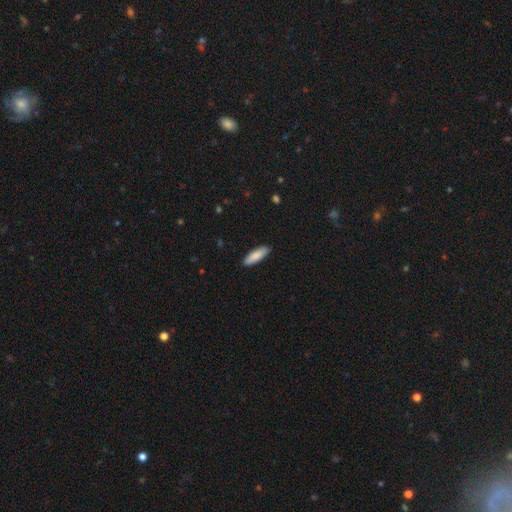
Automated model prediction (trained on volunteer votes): smooth 87%, featured or disk 8%, star or artifact 5%. Down the decision tree: how rounded — cigar-shaped (51%); merging — none (89%).